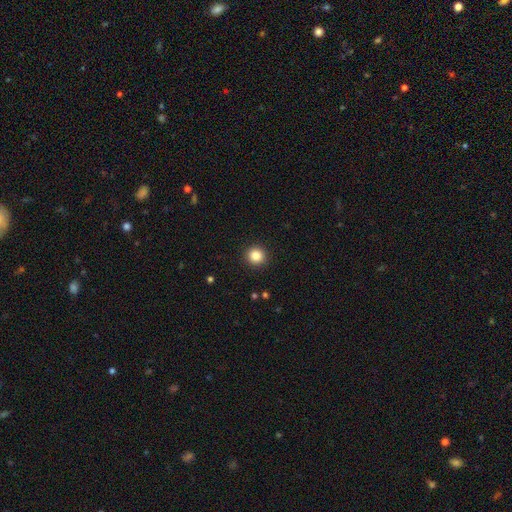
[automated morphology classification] Smooth or featured? smooth (85%)
How rounded? round (94%)
Merging? none (93%)